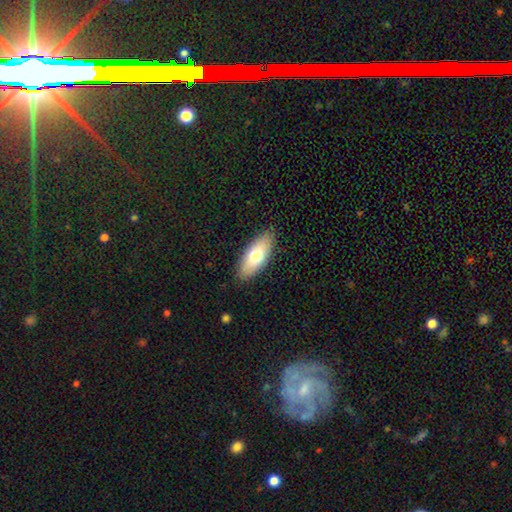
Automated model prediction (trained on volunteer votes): smooth 71%, featured or disk 23%, star or artifact 6%. Down the decision tree: how rounded — in between (78%); merging — none (87%).